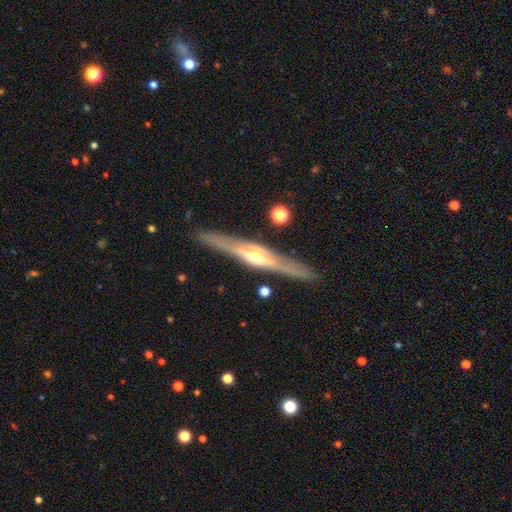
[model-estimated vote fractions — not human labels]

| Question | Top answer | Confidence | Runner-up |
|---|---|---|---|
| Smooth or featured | featured or disk | 79% | smooth (16%) |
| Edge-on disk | yes | 95% | no (5%) |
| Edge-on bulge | rounded | 90% | boxy (5%) |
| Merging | none | 87% | minor disturbance (9%) |